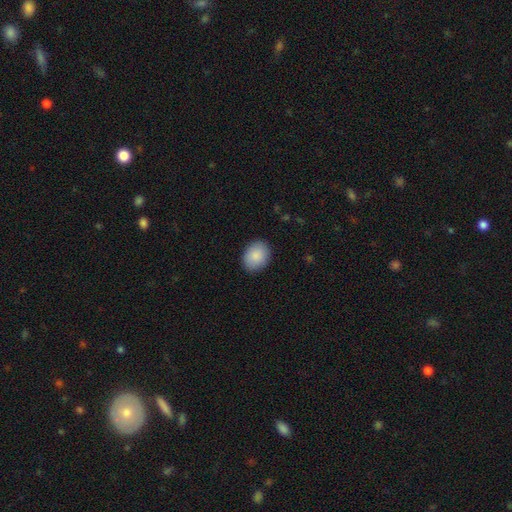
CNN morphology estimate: A smooth galaxy with no disk features (89%) that is in between round and cigar-shaped (59%).

Vote fractions:
- Smooth or featured? smooth: 89% / star or artifact: 7% / featured or disk: 5%
- How rounded? in between: 59% / round: 40% / cigar-shaped: 1%
- Merging? none: 88% / minor disturbance: 9% / major disturbance: 2% / merger: 1%